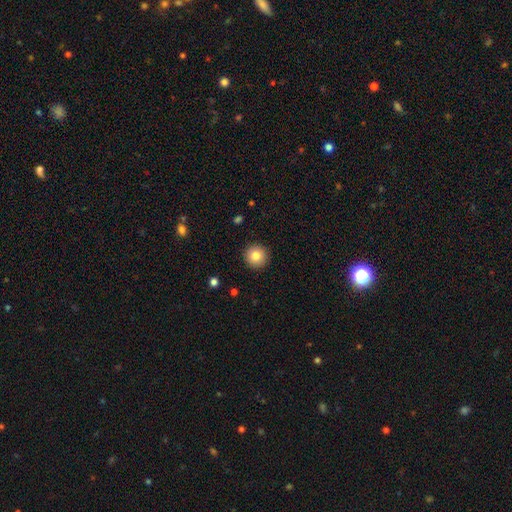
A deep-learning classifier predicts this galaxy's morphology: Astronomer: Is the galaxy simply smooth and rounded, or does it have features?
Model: smooth — 82%.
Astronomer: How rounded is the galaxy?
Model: round — 95%.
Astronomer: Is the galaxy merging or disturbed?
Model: none — 92%.